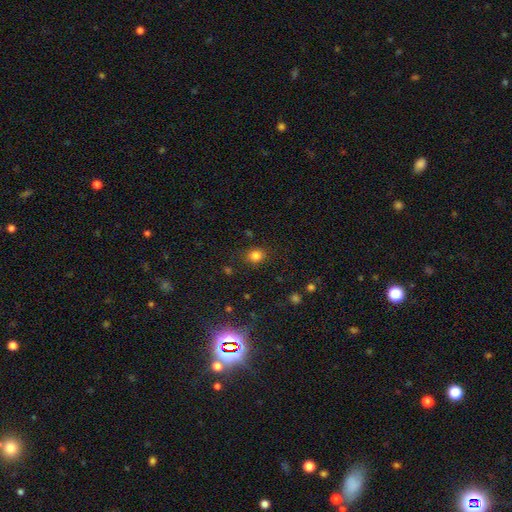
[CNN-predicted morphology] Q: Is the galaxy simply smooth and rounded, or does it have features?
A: smooth — 82%.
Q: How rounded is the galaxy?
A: round — 69%.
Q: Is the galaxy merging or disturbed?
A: none — 83%.